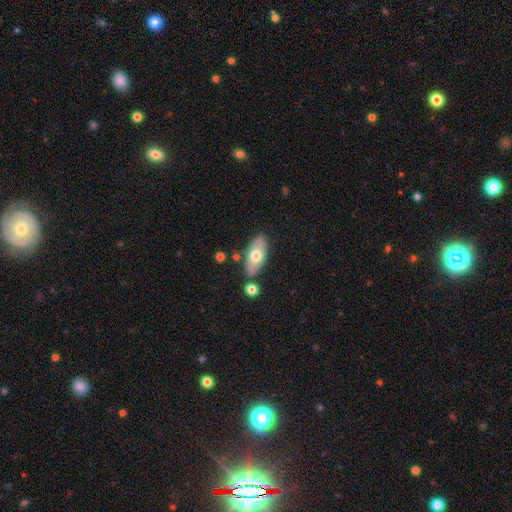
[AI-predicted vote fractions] The model was most divided on "smooth or featured": smooth: 62%, featured or disk: 32%, star or artifact: 6%. More confident: how rounded — in between (87%); merging — none (79%).